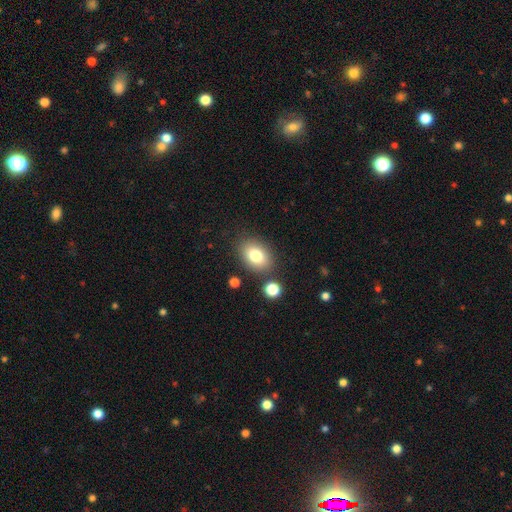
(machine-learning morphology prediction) A smooth galaxy with no disk features (79%) that is in between round and cigar-shaped (77%).

Vote fractions:
- Smooth or featured? smooth: 79% / featured or disk: 11% / star or artifact: 10%
- How rounded? in between: 77% / round: 22% / cigar-shaped: 1%
- Merging? none: 82% / minor disturbance: 10% / merger: 4% / major disturbance: 3%